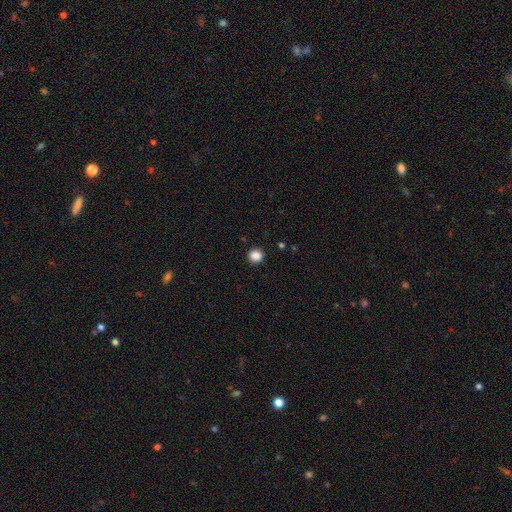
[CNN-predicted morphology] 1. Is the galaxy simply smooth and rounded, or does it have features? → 87% smooth, 11% star or artifact, 3% featured or disk.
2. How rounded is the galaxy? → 86% round, 13% in between, 1% cigar-shaped.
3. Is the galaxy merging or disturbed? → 91% none, 6% minor disturbance, 2% major disturbance, 1% merger.